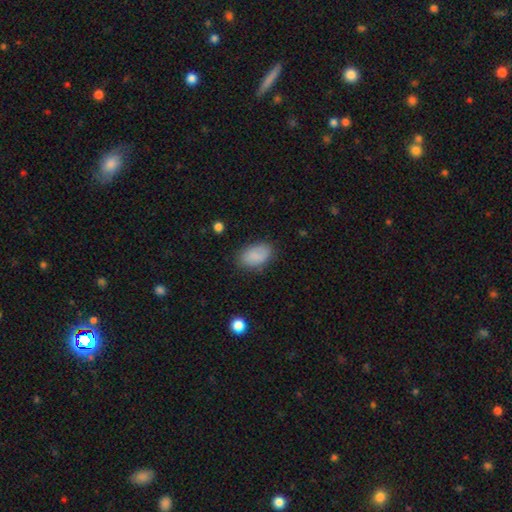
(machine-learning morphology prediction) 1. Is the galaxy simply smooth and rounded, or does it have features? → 85% smooth, 8% star or artifact, 7% featured or disk.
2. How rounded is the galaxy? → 91% in between, 8% round, 1% cigar-shaped.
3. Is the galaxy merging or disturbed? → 77% none, 17% minor disturbance, 5% major disturbance, 2% merger.